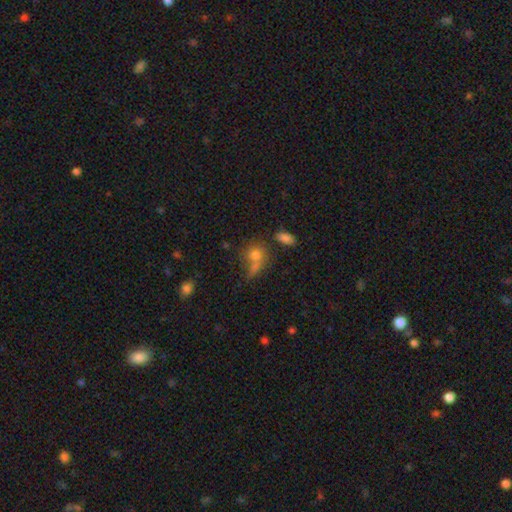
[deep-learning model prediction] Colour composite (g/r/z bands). It shows a smooth galaxy with no disk features (68%) that is round (63%). Merging: none (45%).